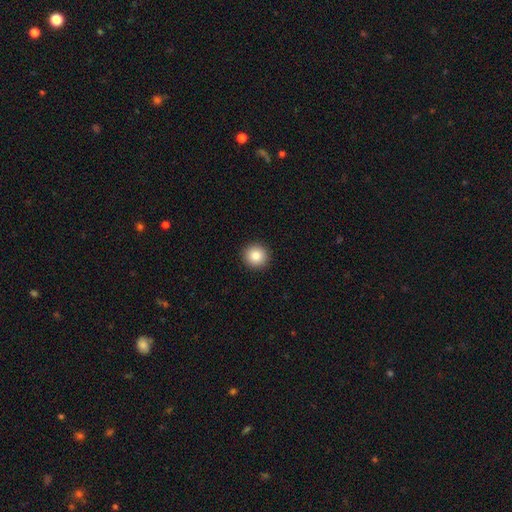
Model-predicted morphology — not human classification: smooth-or-featured: smooth: 86% | star or artifact: 9% | featured or disk: 5%
  how-rounded: round: 94% | in between: 5% | cigar-shaped: 1%
  merging: none: 93% | minor disturbance: 4% | major disturbance: 1% | merger: 1%